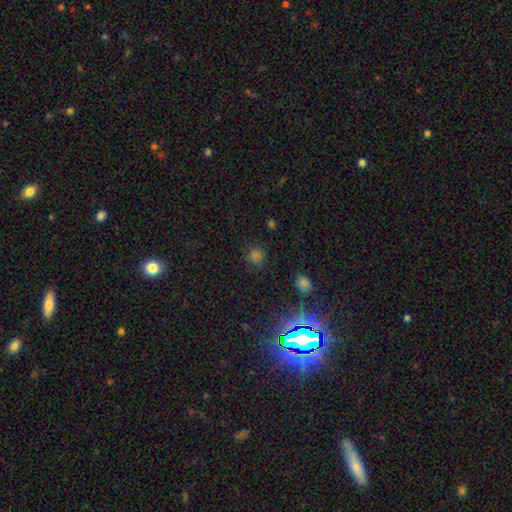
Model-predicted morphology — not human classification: A smooth galaxy with no disk features (55%) that is round (89%). Merging: none (84%).